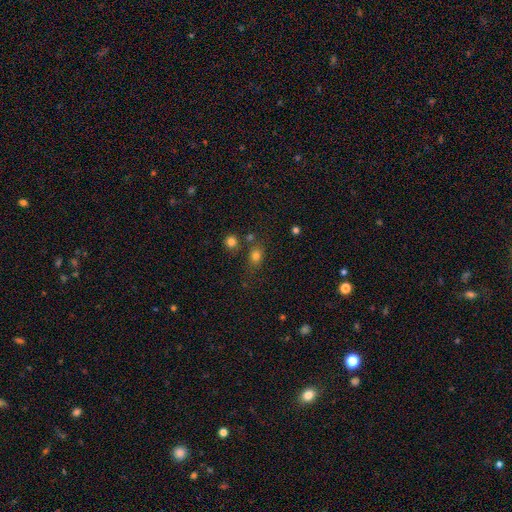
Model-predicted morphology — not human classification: A smooth galaxy with no disk features (77%) that is round (51%).

Vote fractions:
- Smooth or featured? smooth: 77% / star or artifact: 15% / featured or disk: 8%
- How rounded? round: 51% / in between: 47% / cigar-shaped: 2%
- Merging? none: 68% / minor disturbance: 14% / merger: 12% / major disturbance: 6%